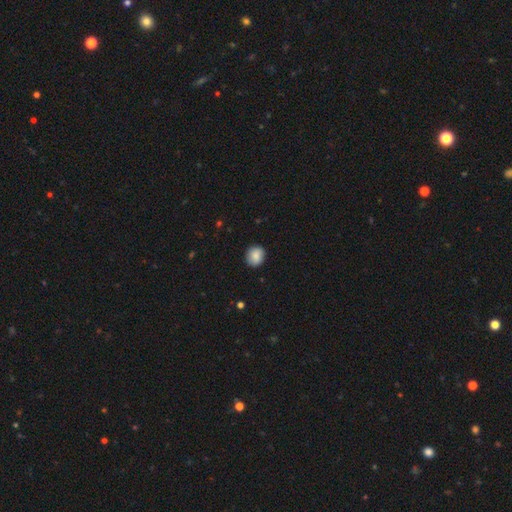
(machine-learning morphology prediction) This is clearly a smooth galaxy (86%). How rounded: likely round (78%). Merging: clearly none (88%).